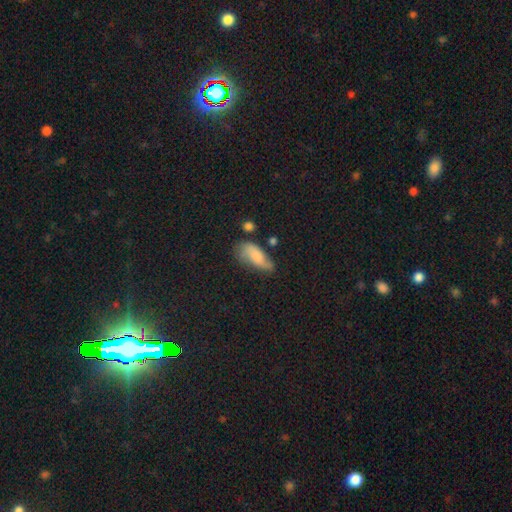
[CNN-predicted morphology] Smooth or featured: smooth — 67% (featured or disk — 24%)
How rounded: in between — 79% (cigar-shaped — 17%)
Merging: none — 47% (minor disturbance — 32%)